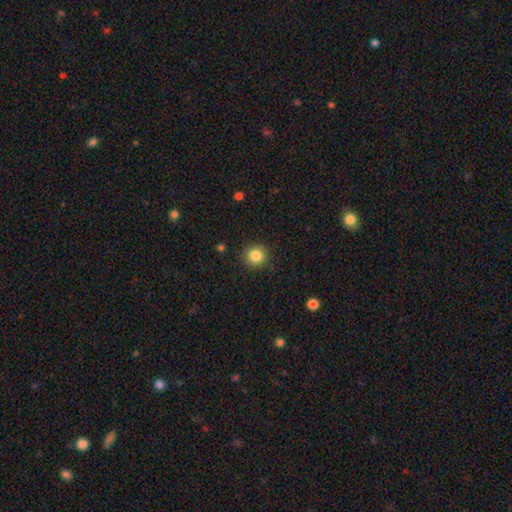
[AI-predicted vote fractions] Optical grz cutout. It shows a smooth galaxy with no disk features (84%) that is round (93%). Merging: none (90%).